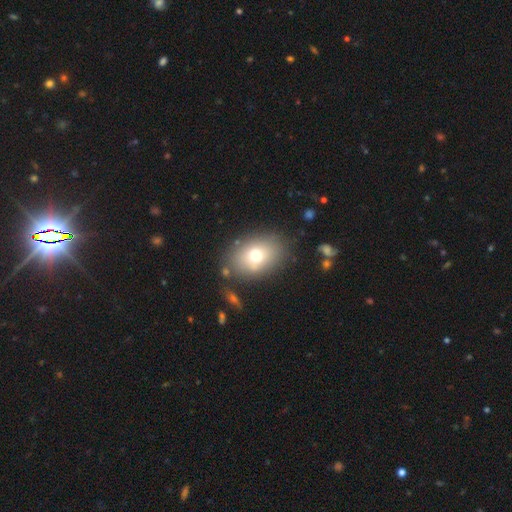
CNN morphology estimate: A smooth galaxy with no disk features (70%) that is in between round and cigar-shaped (74%). Merging: none (79%).